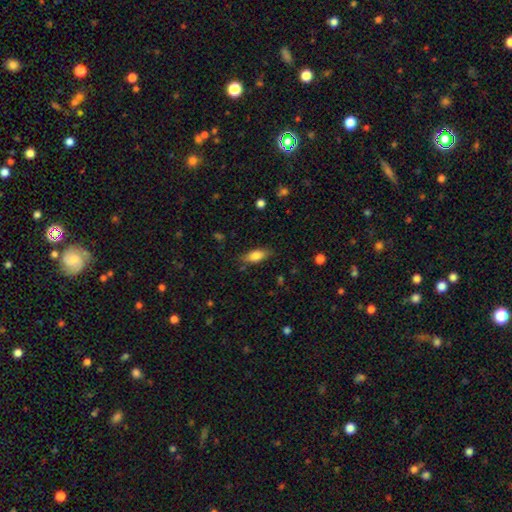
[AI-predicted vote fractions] A smooth galaxy with no disk features (80%) that is in between round and cigar-shaped (81%). Merging: none (79%).